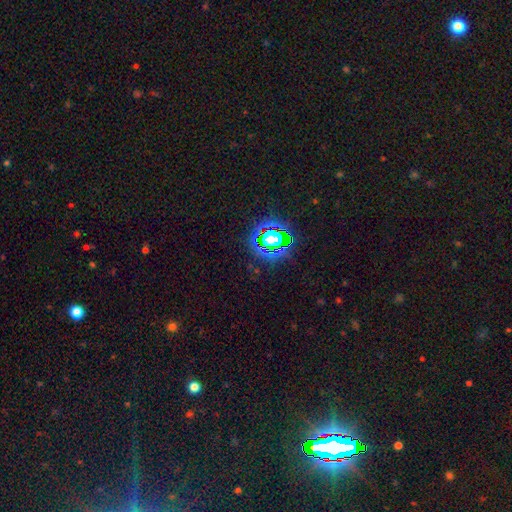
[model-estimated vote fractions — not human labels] This appears to be a star or artifact, not a galaxy (81%).